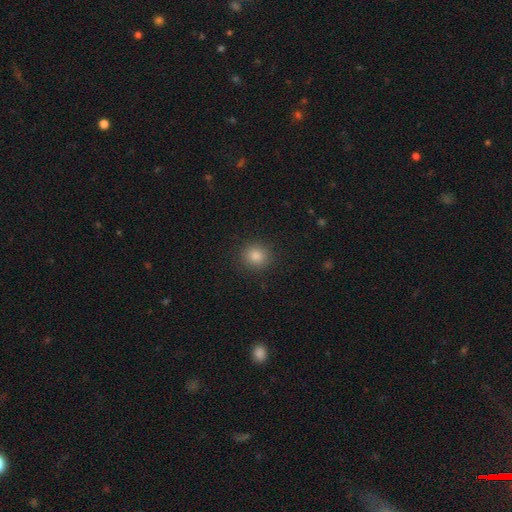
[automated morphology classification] This is clearly a smooth galaxy (83%). How rounded: clearly round (90%). Merging: clearly none (91%).